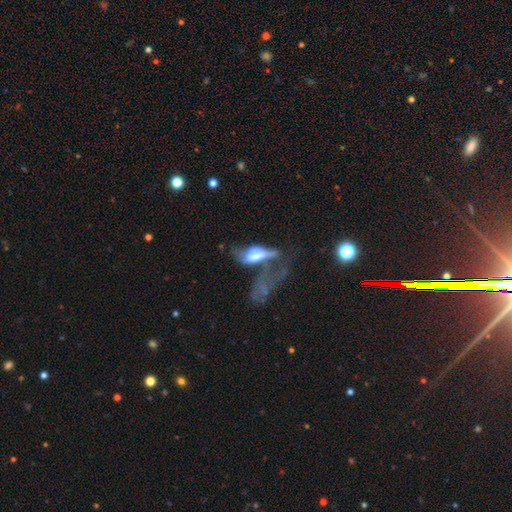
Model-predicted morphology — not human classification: smooth-or-featured: featured or disk: 46% | smooth: 43% | star or artifact: 11%
  merging: major disturbance: 55% | merger: 23% | none: 12% | minor disturbance: 10%